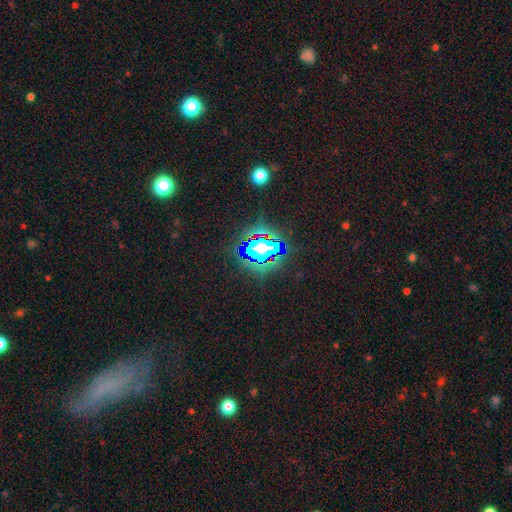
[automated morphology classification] Overall: star or artifact (77%).